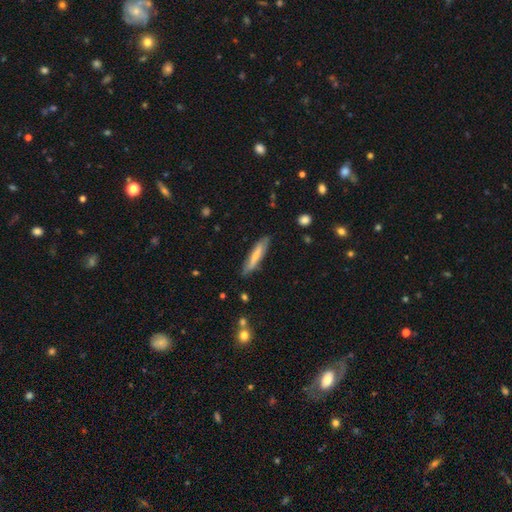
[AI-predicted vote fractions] A smooth galaxy with no disk features (62%) that is cigar-shaped (85%).

Vote fractions:
- Smooth or featured? smooth: 62% / featured or disk: 32% / star or artifact: 6%
- How rounded? cigar-shaped: 85% / in between: 14% / round: 1%
- Merging? none: 81% / minor disturbance: 15% / major disturbance: 3% / merger: 2%